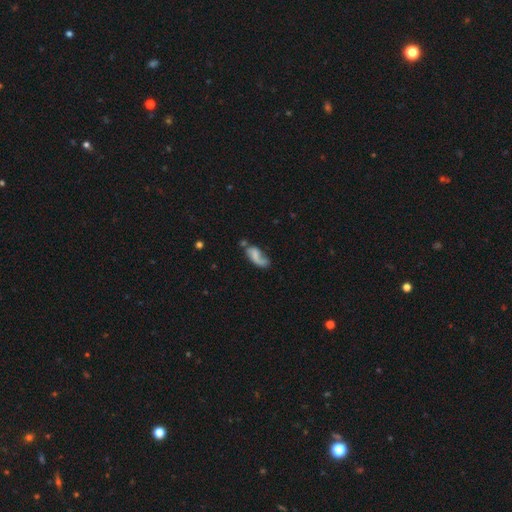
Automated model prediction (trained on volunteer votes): smooth 47%, featured or disk 44%, star or artifact 9%. Down the decision tree: merging — none (35%).